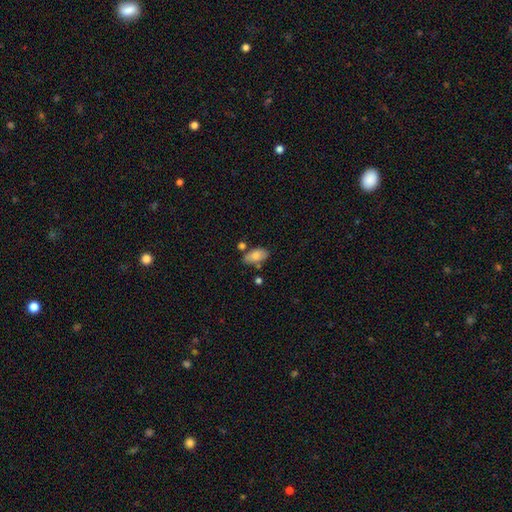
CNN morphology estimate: Overall: smooth (80%). How rounded: in between (93%). Merging: none (65%).